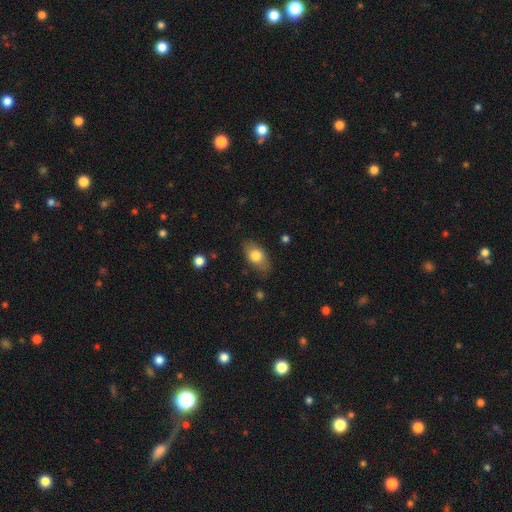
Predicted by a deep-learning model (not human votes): Overall: smooth (76%). How rounded: in between (86%). Merging: none (79%).